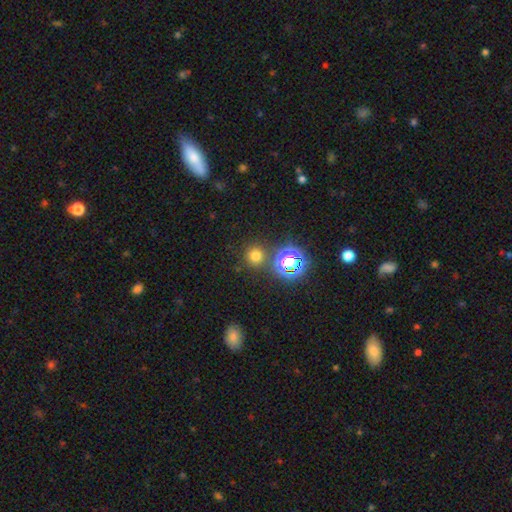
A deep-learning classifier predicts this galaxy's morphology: A smooth galaxy with no disk features (66%) that is round (93%). Merging: none (83%).